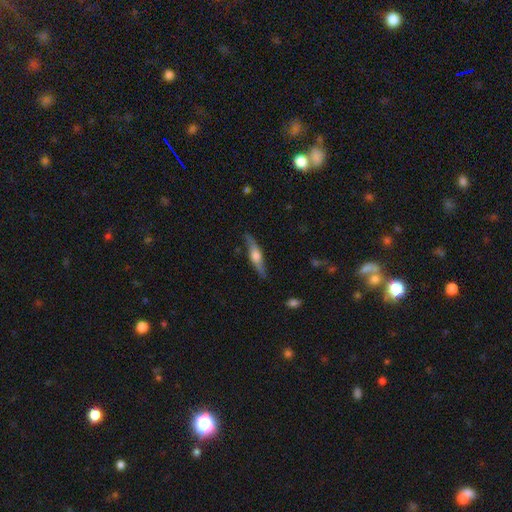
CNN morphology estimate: Overall: featured or disk (63%; smooth 31%). Edge-on disk: yes (92%). Edge-on bulge: rounded (90%). Merging: none (83%).